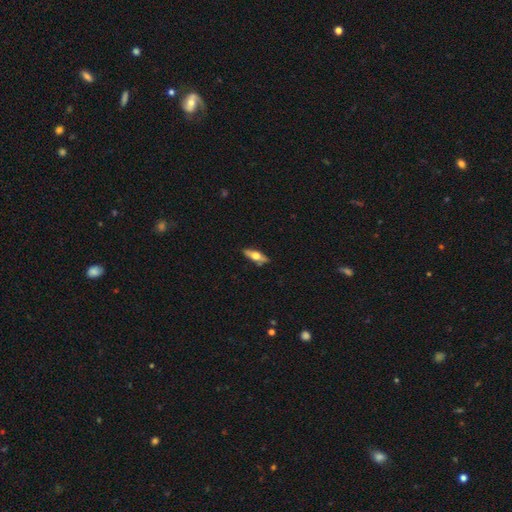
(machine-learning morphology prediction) This is possibly a featured or disk galaxy (50%). It is clearly viewed edge-on (84%). Merging: clearly none (82%).